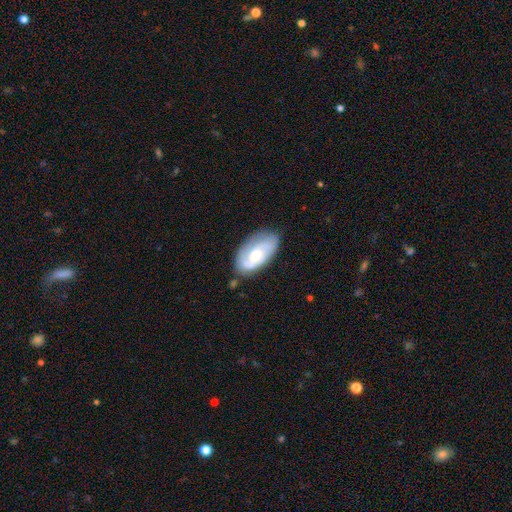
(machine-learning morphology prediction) This is likely a featured or disk galaxy (67%). It is clearly not viewed edge-on (95%). Bar: likely no (60%). Spiral arm pattern: clearly yes (88%). Spiral arm count: possibly 2 (54%). Spiral winding: marginally tight (43%). Central bulge: possibly moderate (57%). Merging: likely none (71%).